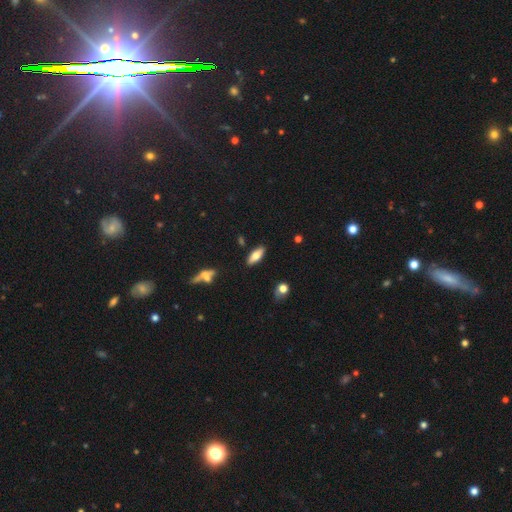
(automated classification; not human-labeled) Q: Smooth or featured?
A: smooth (69%); runner-up: featured or disk (23%)
Q: How rounded?
A: in between (73%); runner-up: cigar-shaped (25%)
Q: Merging?
A: none (85%); runner-up: minor disturbance (10%)